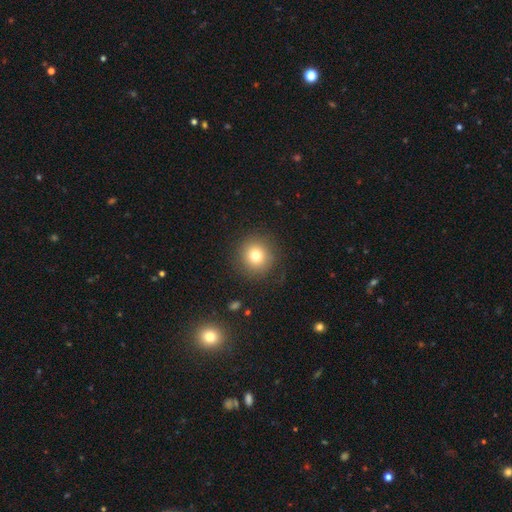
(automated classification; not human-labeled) smooth-or-featured: smooth: 76% | star or artifact: 13% | featured or disk: 11%
  how-rounded: round: 93% | in between: 6% | cigar-shaped: 1%
  merging: none: 87% | minor disturbance: 8% | major disturbance: 4% | merger: 1%